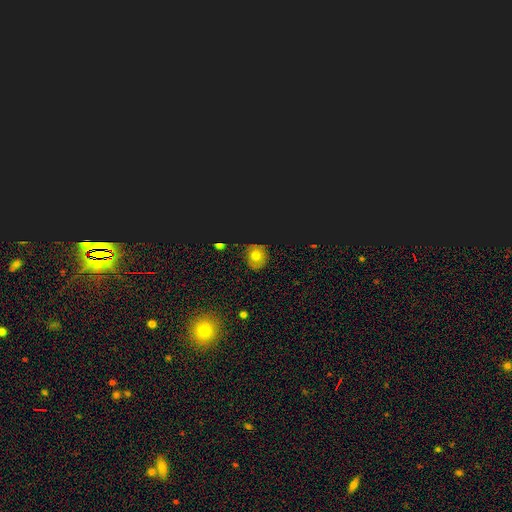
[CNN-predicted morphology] A smooth galaxy with no disk features (57%) that is round (84%).

Vote fractions:
- Smooth or featured? smooth: 57% / star or artifact: 27% / featured or disk: 16%
- How rounded? round: 84% / in between: 15% / cigar-shaped: 1%
- Merging? none: 77% / minor disturbance: 16% / major disturbance: 5% / merger: 2%